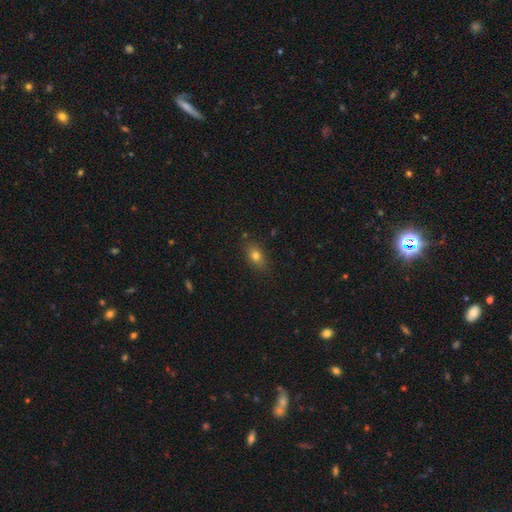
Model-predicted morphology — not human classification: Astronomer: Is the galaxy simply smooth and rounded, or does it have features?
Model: smooth — 76%.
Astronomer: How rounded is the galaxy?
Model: in between — 75%.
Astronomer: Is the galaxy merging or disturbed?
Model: none — 83%.